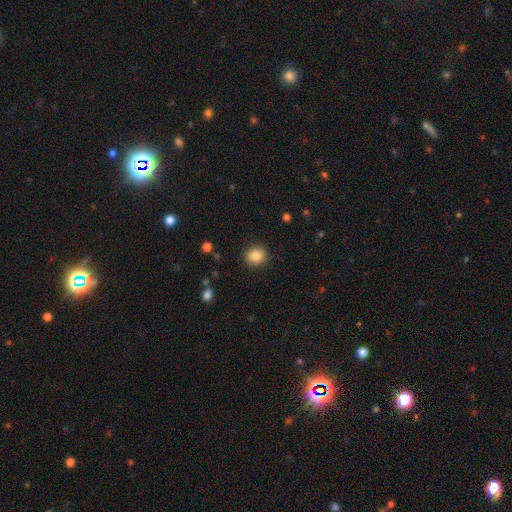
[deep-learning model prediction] Overall: smooth (85%). How rounded: round (82%). Merging: none (91%).